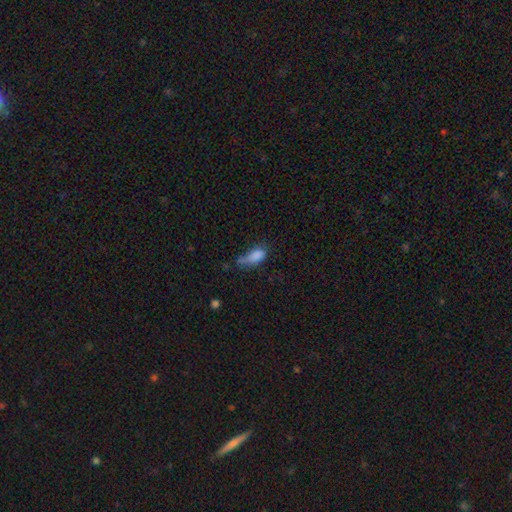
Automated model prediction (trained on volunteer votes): Smooth or featured: smooth — 80% (featured or disk — 10%)
How rounded: in between — 84% (cigar-shaped — 12%)
Merging: minor disturbance — 34% (none — 28%)